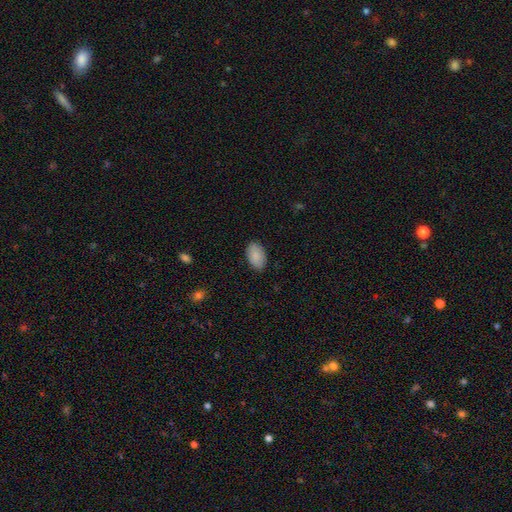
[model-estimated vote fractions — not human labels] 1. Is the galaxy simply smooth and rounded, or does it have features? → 89% smooth, 6% star or artifact, 5% featured or disk.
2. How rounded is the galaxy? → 94% in between, 5% round, 1% cigar-shaped.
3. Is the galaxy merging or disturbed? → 87% none, 10% minor disturbance, 2% major disturbance, 1% merger.